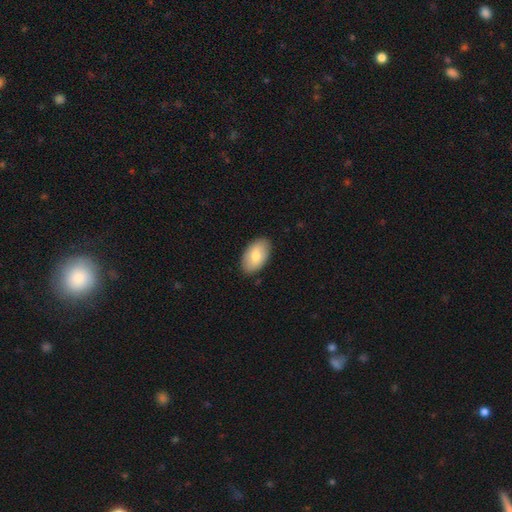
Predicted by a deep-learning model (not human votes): Overall: smooth (76%). How rounded: in between (94%). Merging: none (88%).